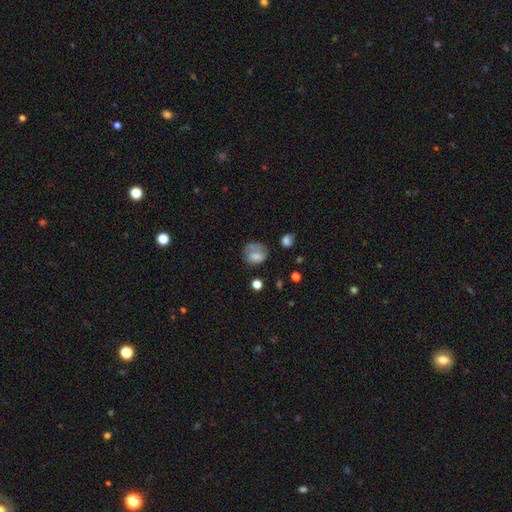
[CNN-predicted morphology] This is likely a smooth galaxy (65%). How rounded: possibly round (57%). Merging: marginally none (45%).